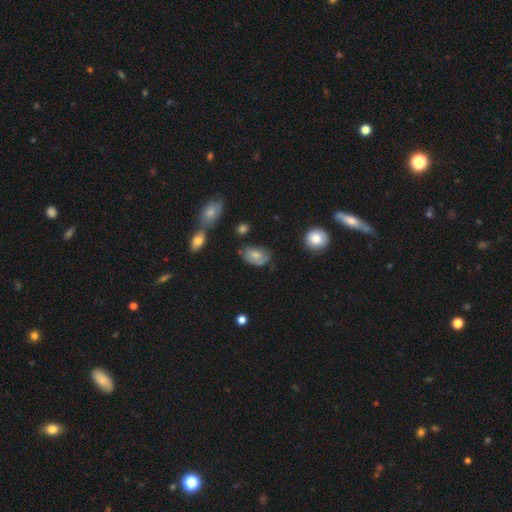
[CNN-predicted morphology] Q: Smooth or featured?
A: smooth (62%); runner-up: featured or disk (29%)
Q: How rounded?
A: in between (85%); runner-up: round (13%)
Q: Merging?
A: none (50%); runner-up: minor disturbance (33%)